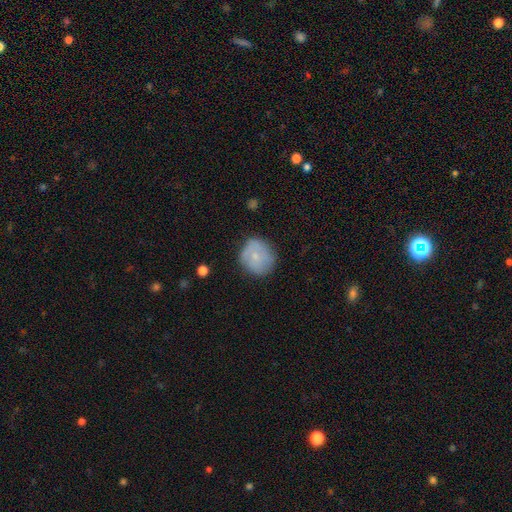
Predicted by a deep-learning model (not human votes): Smooth or featured? Predicted: smooth (p=0.67). How rounded? Predicted: round (p=0.86). Merging? Predicted: none (p=0.73).